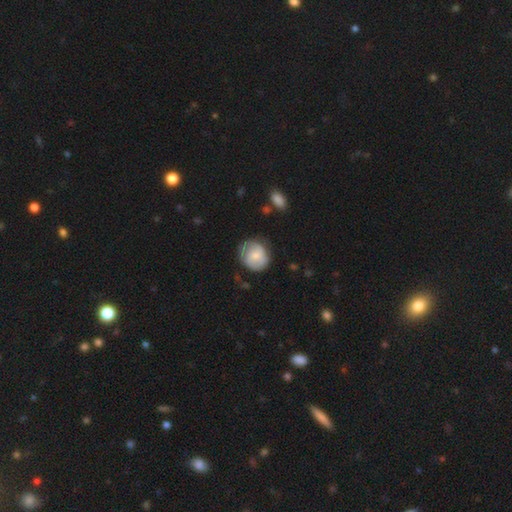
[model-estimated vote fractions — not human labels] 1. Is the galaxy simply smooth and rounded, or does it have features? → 61% smooth, 33% featured or disk, 6% star or artifact.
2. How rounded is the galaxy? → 79% round, 20% in between, 1% cigar-shaped.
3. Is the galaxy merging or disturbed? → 63% none, 25% minor disturbance, 10% major disturbance, 2% merger.